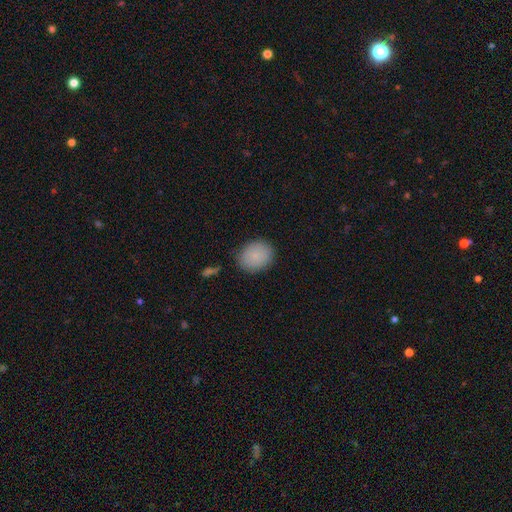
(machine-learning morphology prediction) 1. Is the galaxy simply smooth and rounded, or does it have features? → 83% smooth, 9% featured or disk, 7% star or artifact.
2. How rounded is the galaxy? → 60% round, 39% in between, 1% cigar-shaped.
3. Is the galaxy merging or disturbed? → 84% none, 12% minor disturbance, 3% major disturbance, 2% merger.